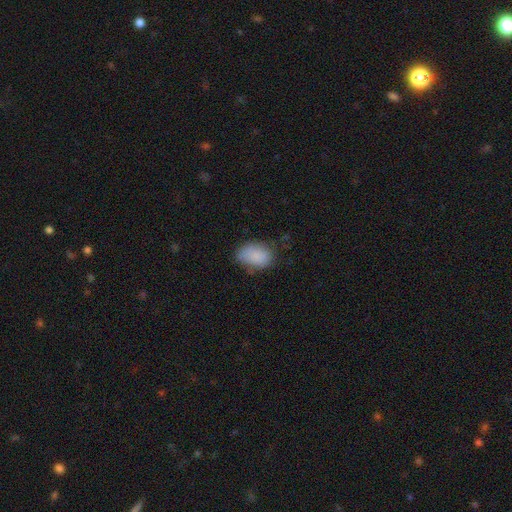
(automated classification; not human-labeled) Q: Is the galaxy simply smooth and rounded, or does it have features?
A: smooth — 86%.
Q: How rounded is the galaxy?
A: in between — 83%.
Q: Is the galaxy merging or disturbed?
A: none — 63%.